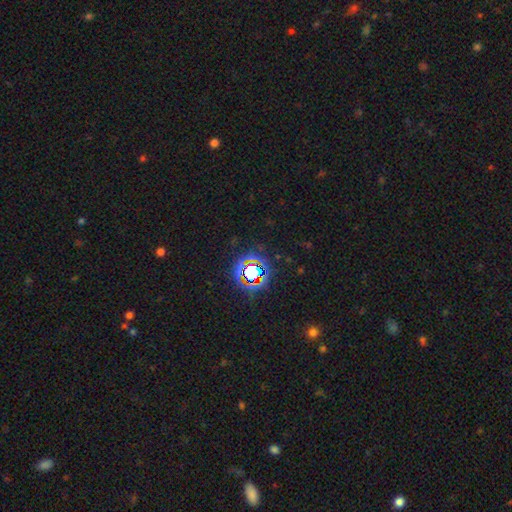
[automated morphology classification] Smooth or featured?
  - star or artifact: 79% *
  - smooth: 13%
  - featured or disk: 8%